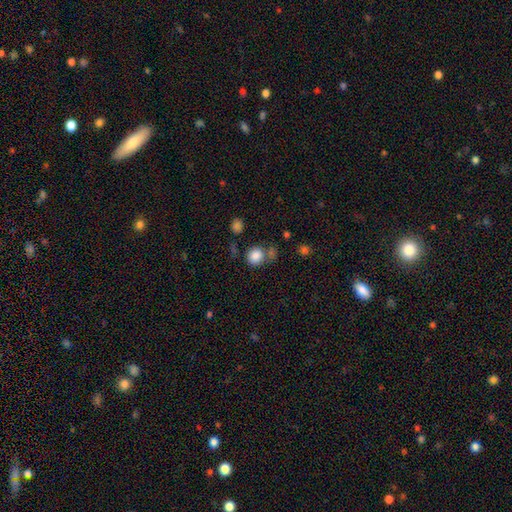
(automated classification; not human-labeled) Smooth or featured?
  - smooth: 84% *
  - star or artifact: 10%
  - featured or disk: 5%
How rounded?
  - round: 76% *
  - in between: 23%
  - cigar-shaped: 1%
Merging?
  - none: 64% *
  - merger: 17%
  - minor disturbance: 14%
  - major disturbance: 6%